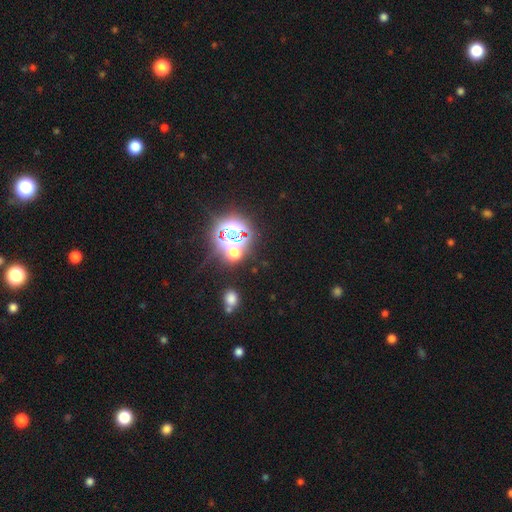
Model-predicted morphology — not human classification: The model was most divided on "smooth or featured": star or artifact: 78%, smooth: 15%, featured or disk: 7%.